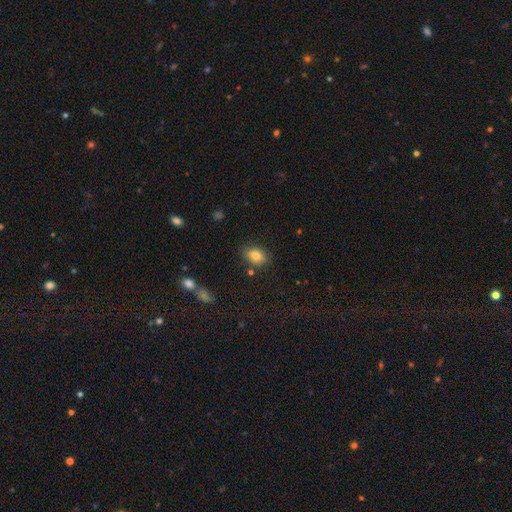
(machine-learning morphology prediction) smooth-or-featured: smooth: 77% | featured or disk: 12% | star or artifact: 11%
  how-rounded: in between: 74% | round: 24% | cigar-shaped: 2%
  merging: none: 77% | minor disturbance: 16% | major disturbance: 3% | merger: 3%